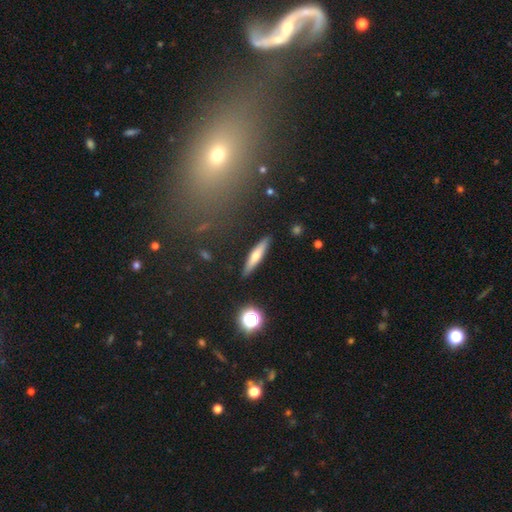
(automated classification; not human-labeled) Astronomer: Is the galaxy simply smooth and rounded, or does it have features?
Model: smooth — 54% (runner-up: featured or disk, 38%).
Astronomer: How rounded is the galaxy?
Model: cigar-shaped — 85%.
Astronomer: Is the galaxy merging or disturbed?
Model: none — 89%.